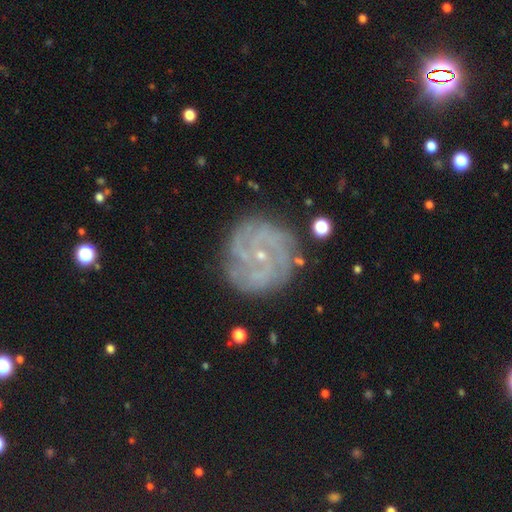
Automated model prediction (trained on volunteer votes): Smooth or featured: featured or disk — 79% (star or artifact — 11%)
Edge-on disk: no — 97% (yes — 3%)
Bar: no — 69% (weak — 24%)
Spiral arms: yes — 96% (no — 4%)
Spiral winding: tight — 69% (medium — 25%)
Spiral arm count: can't tell — 26% (4 — 21%)
Bulge size: small — 83% (moderate — 13%)
Merging: none — 81% (minor disturbance — 13%)